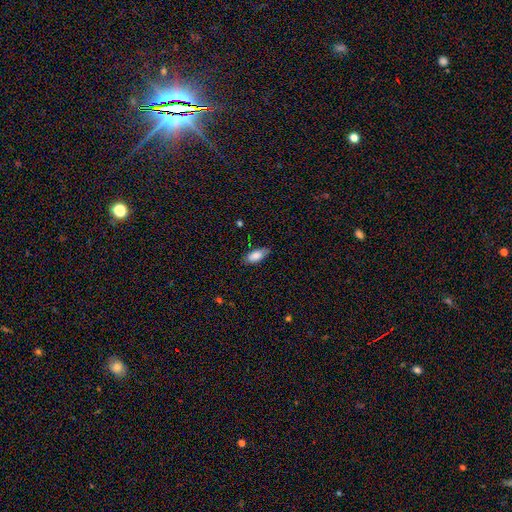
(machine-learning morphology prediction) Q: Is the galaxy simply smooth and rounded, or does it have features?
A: smooth — 83%.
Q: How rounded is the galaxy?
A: in between — 84%.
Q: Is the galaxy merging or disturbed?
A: none — 76%.